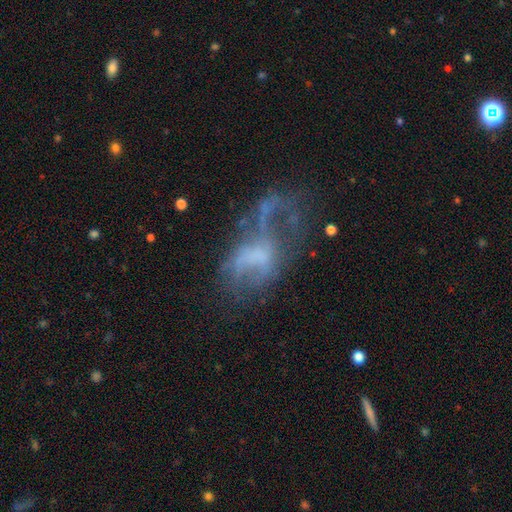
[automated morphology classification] Smooth or featured: featured or disk — 60% (smooth — 24%)
Edge-on disk: no — 95% (yes — 5%)
Bar: no — 75% (weak — 20%)
Spiral arms: no — 70% (yes — 30%)
Bulge size: none — 61% (small — 17%)
Merging: major disturbance — 50% (none — 25%)